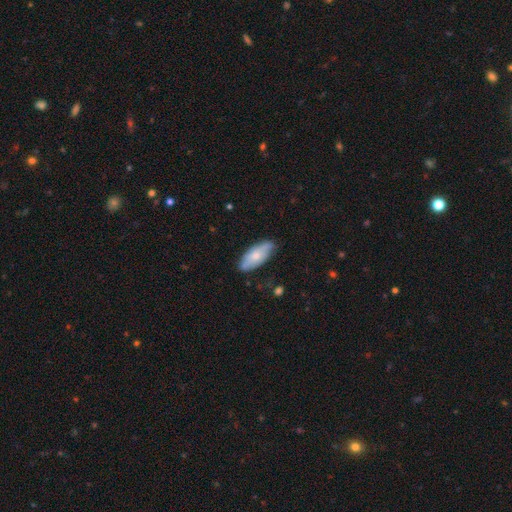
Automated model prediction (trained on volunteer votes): Smooth or featured? Predicted: smooth (p=0.66). How rounded? Predicted: in between (p=0.83). Merging? Predicted: none (p=0.76).